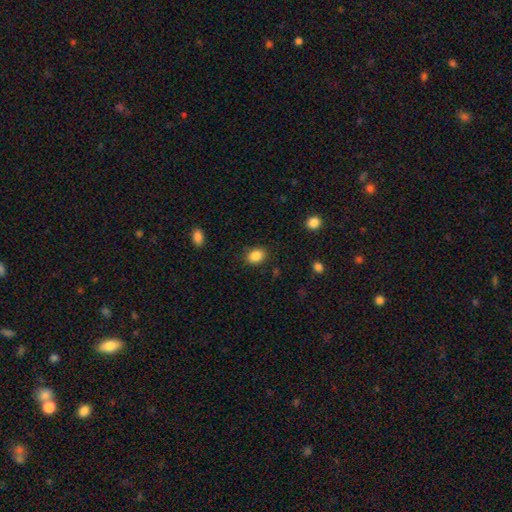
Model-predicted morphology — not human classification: Smooth or featured: smooth — 87% (star or artifact — 9%)
How rounded: in between — 64% (round — 35%)
Merging: none — 84% (minor disturbance — 11%)